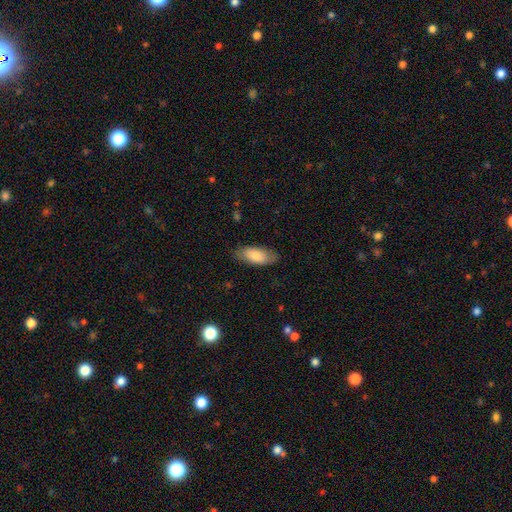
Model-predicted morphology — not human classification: Smooth or featured?
  - smooth: 80% *
  - featured or disk: 14%
  - star or artifact: 6%
How rounded?
  - in between: 85% *
  - cigar-shaped: 13%
  - round: 2%
Merging?
  - none: 80% *
  - minor disturbance: 15%
  - major disturbance: 3%
  - merger: 1%